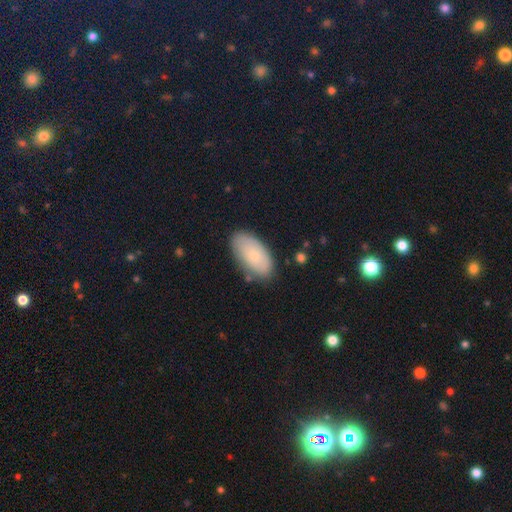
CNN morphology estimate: smooth 72%, featured or disk 20%, star or artifact 8%. Down the decision tree: how rounded — in between (94%); merging — none (81%).